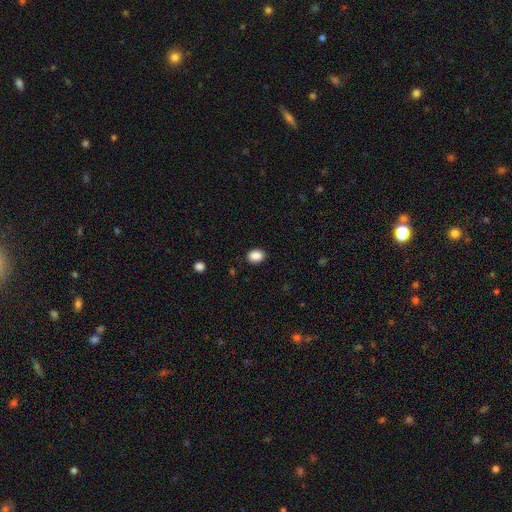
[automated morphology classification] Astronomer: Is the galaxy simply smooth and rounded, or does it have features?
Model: smooth — 88%.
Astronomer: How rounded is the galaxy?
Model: in between — 64%.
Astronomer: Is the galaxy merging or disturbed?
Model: none — 88%.